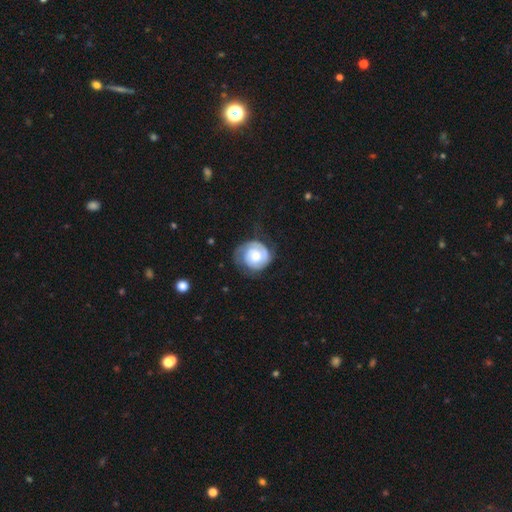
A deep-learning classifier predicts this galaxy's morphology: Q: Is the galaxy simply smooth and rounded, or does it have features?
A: featured or disk — 71%.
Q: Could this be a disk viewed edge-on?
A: no — 98%.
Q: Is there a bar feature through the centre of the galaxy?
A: no — 73%.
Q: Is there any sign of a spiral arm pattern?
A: yes — 92%.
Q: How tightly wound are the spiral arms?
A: tight — 69%.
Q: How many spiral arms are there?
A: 2 — 42%.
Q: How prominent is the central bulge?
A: moderate — 48%.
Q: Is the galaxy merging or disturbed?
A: none — 62%.